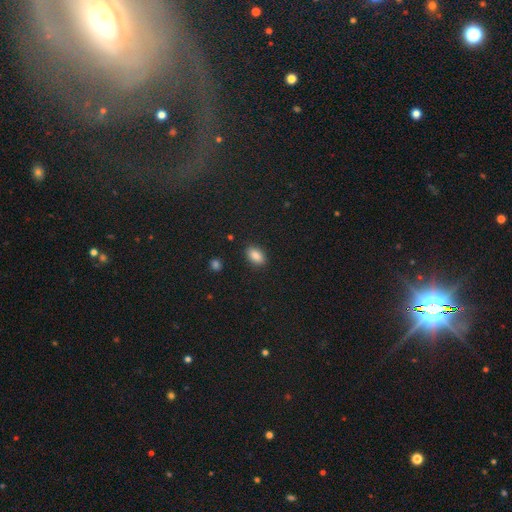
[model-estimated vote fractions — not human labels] Overall: smooth (87%). How rounded: in between (90%). Merging: none (88%).